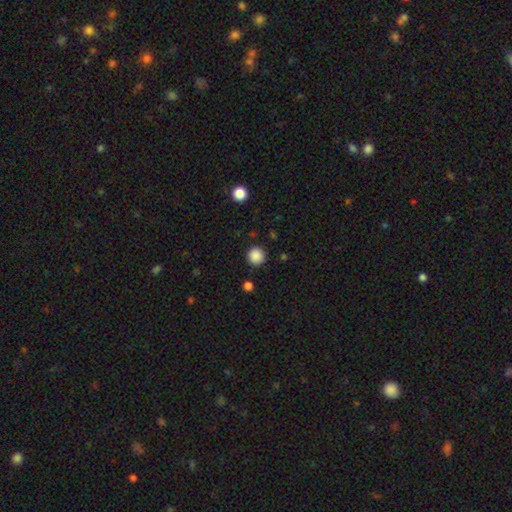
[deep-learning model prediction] Smooth or featured?
  - smooth: 87% *
  - star or artifact: 10%
  - featured or disk: 2%
How rounded?
  - round: 95% *
  - in between: 4%
  - cigar-shaped: 1%
Merging?
  - none: 90% *
  - minor disturbance: 6%
  - major disturbance: 2%
  - merger: 2%